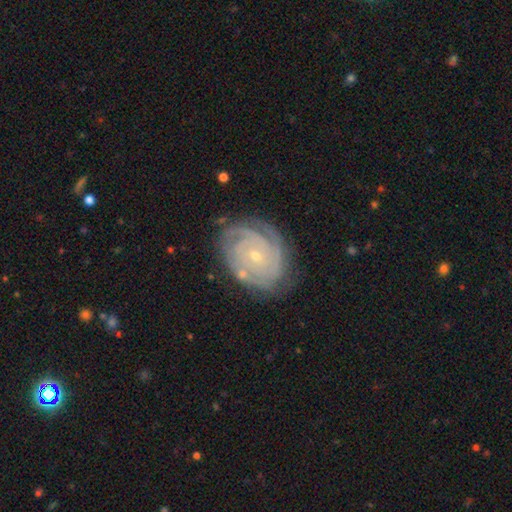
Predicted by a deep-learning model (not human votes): This appears to be a featured or disk galaxy (88%) with no bar (76%), 3 (29%) tight (83%) spiral arms (97%) and a small central bulge (76%). Merging: none (75%).